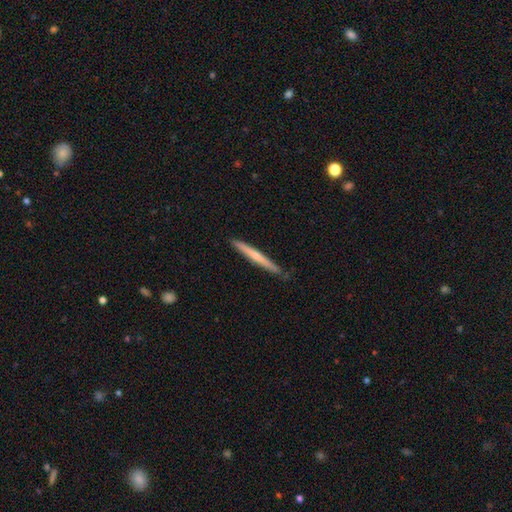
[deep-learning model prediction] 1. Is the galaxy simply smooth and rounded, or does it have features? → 51% featured or disk, 44% smooth, 5% star or artifact.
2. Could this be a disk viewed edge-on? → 97% yes, 3% no.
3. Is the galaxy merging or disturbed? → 86% none, 11% minor disturbance, 2% major disturbance, 1% merger.